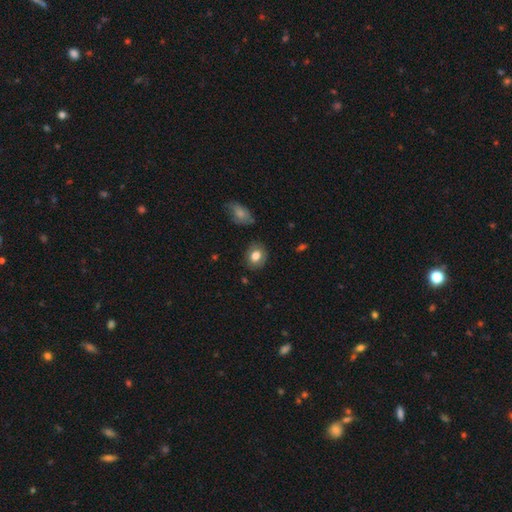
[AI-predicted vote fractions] Smooth or featured? smooth (77%)
How rounded? round (53%)
Merging? none (83%)